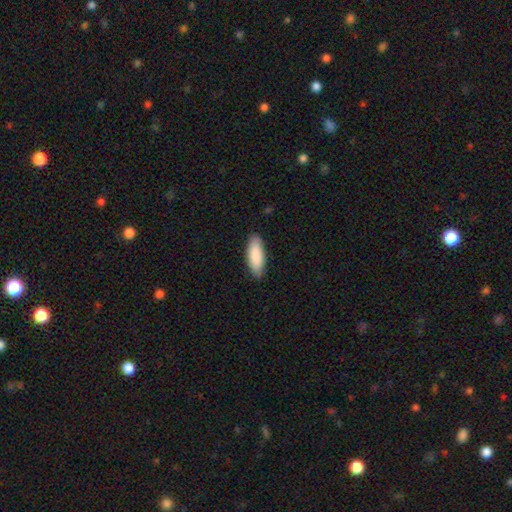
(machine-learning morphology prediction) This appears to be a smooth galaxy with no disk features (89%) that is in between round and cigar-shaped (69%). Merging: none (86%).